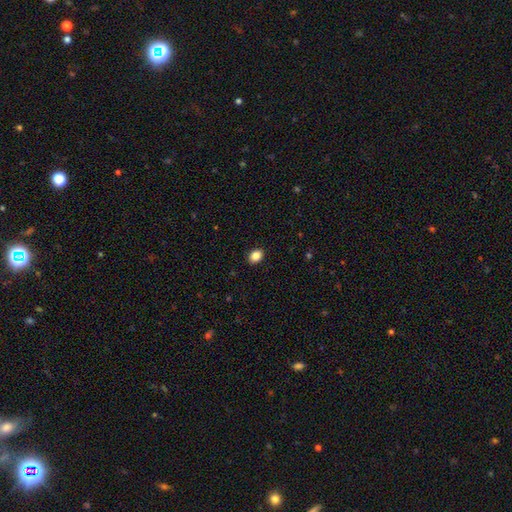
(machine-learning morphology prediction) A smooth galaxy with no disk features (87%) that is in between round and cigar-shaped (71%). Merging: none (90%).